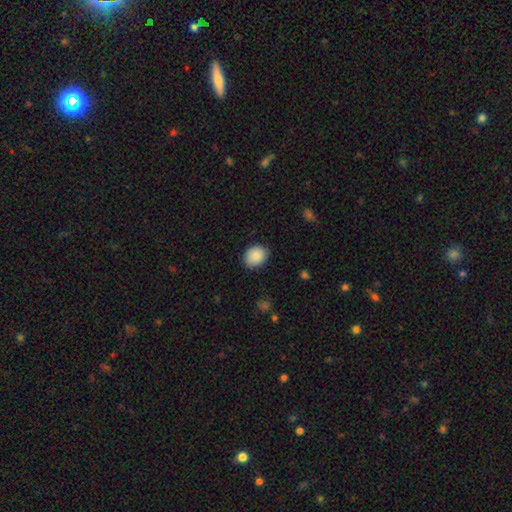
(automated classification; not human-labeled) This appears to be a smooth galaxy with no disk features (89%) that is round (52%). Merging: none (84%).